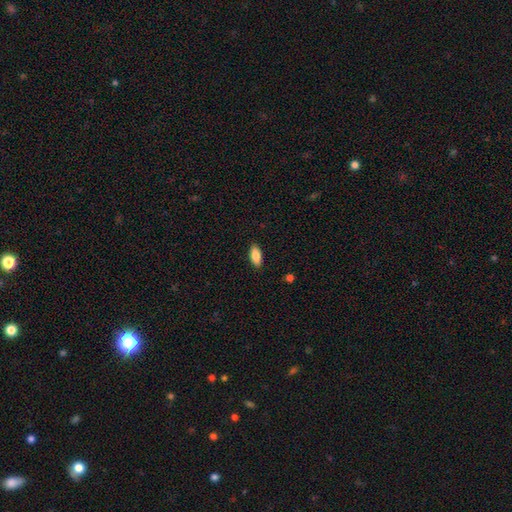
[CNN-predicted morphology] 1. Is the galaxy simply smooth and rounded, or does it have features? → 86% smooth, 7% featured or disk, 6% star or artifact.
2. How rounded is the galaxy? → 87% in between, 11% cigar-shaped, 2% round.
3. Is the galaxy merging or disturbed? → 89% none, 8% minor disturbance, 2% major disturbance, 1% merger.